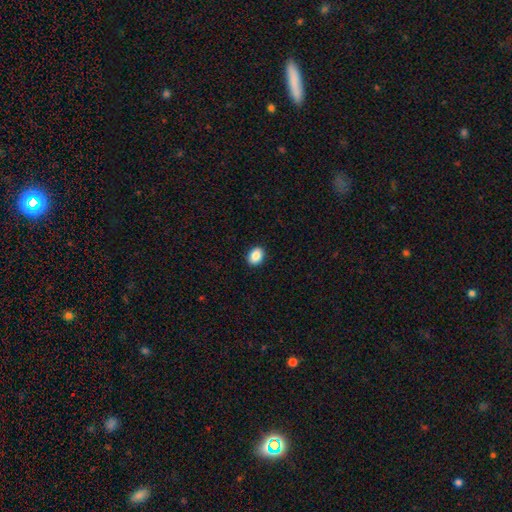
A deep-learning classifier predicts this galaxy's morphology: Smooth or featured: smooth — 88% (star or artifact — 8%)
How rounded: in between — 73% (round — 26%)
Merging: none — 91% (minor disturbance — 6%)